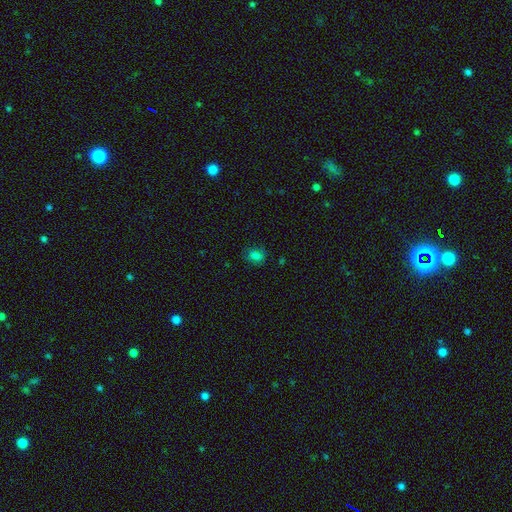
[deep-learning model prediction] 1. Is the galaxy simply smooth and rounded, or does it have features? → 79% smooth, 16% star or artifact, 5% featured or disk.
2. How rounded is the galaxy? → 65% in between, 33% round, 2% cigar-shaped.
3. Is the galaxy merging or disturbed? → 77% none, 17% minor disturbance, 5% major disturbance, 2% merger.